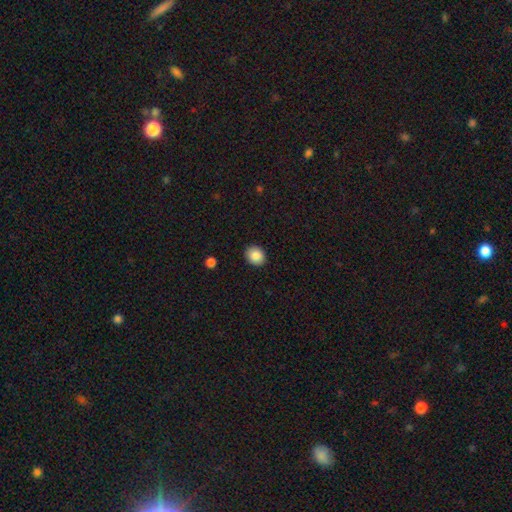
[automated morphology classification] smooth_or_featured: smooth (p=0.87) [alt: star or artifact p=0.08]
how_rounded: round (p=0.64) [alt: in between p=0.35]
merging: none (p=0.90) [alt: minor disturbance p=0.07]